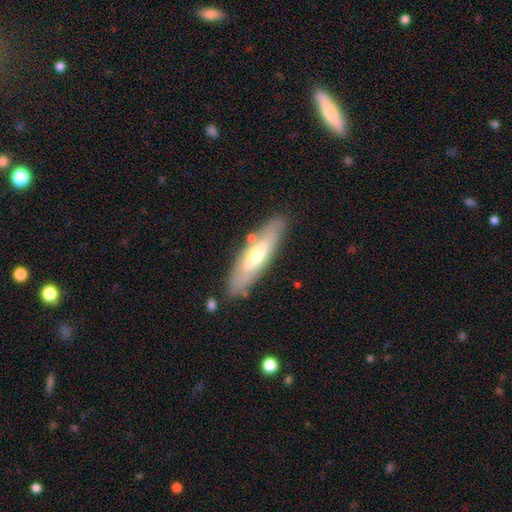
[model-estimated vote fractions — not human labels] Overall: featured or disk (51%; smooth 43%). Edge-on disk: yes (50%, tied with no). Merging: none (81%).